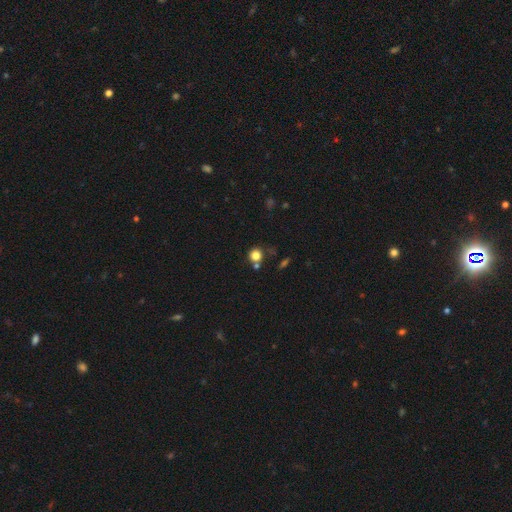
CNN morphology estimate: The model was most divided on "merging": none: 70%, merger: 16%, minor disturbance: 11%, major disturbance: 4%. More confident: how rounded — round (90%); smooth or featured — smooth (80%).